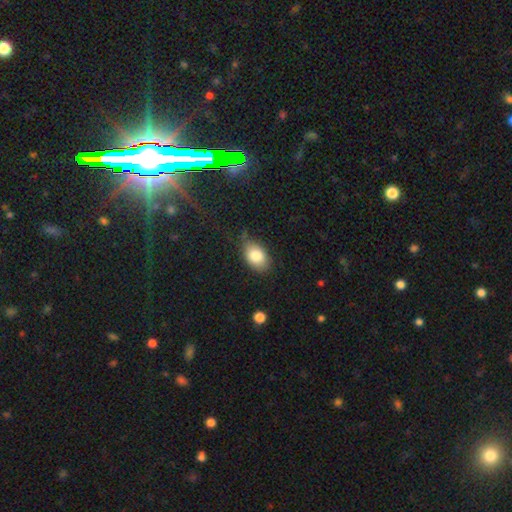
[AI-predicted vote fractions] Smooth or featured? smooth (84%)
How rounded? in between (87%)
Merging? none (69%)